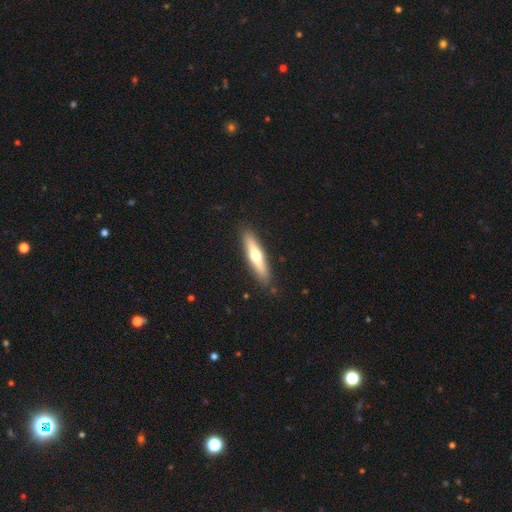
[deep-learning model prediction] This appears to be a smooth galaxy with no disk features (49%). Merging: none (89%).